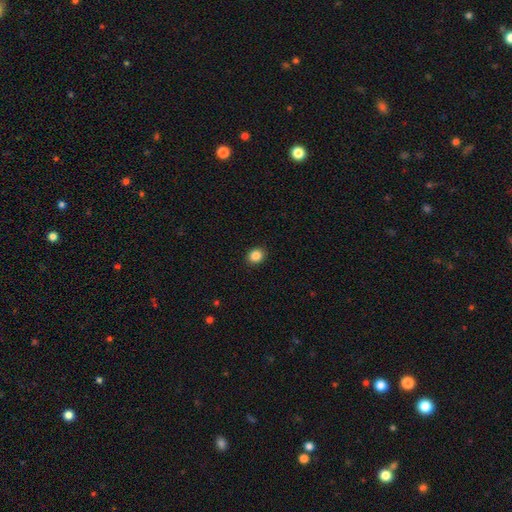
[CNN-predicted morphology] The model was most divided on "how rounded": round: 64%, in between: 35%, cigar-shaped: 1%. More confident: merging — none (91%); smooth or featured — smooth (87%).